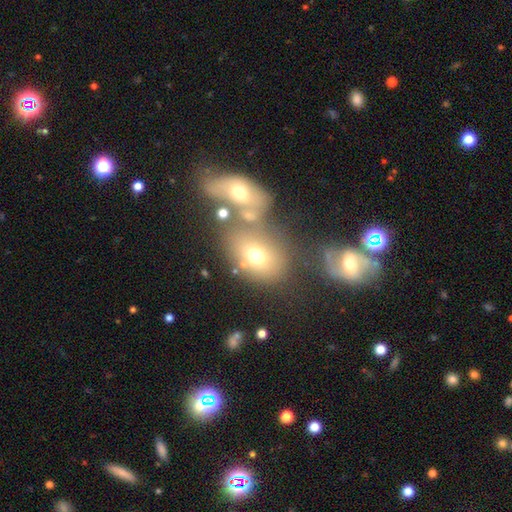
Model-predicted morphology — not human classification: A smooth galaxy with no disk features (65%) that is in between round and cigar-shaped (60%). Merging: merger (40%).